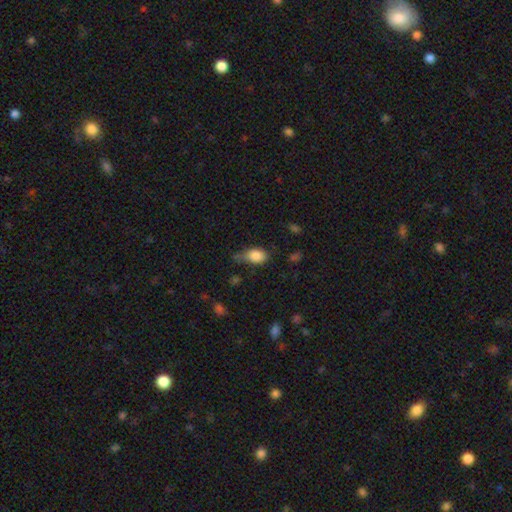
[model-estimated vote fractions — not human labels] Smooth or featured?
  - smooth: 83% *
  - featured or disk: 8%
  - star or artifact: 8%
How rounded?
  - in between: 82% *
  - round: 15%
  - cigar-shaped: 3%
Merging?
  - minor disturbance: 42% *
  - none: 40%
  - major disturbance: 14%
  - merger: 5%